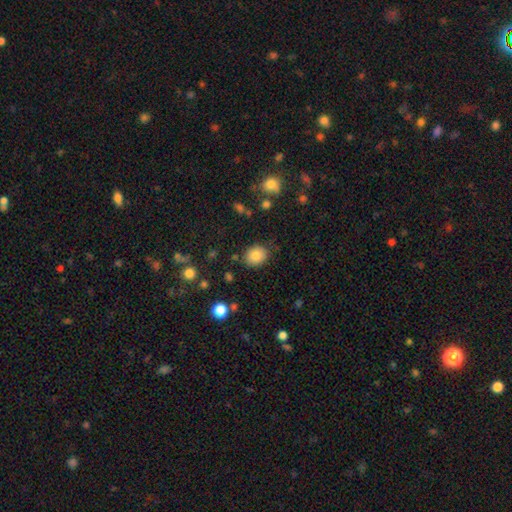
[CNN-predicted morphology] smooth_or_featured: smooth (p=0.83) [alt: star or artifact p=0.10]
how_rounded: round (p=0.56) [alt: in between p=0.43]
merging: none (p=0.85) [alt: minor disturbance p=0.10]